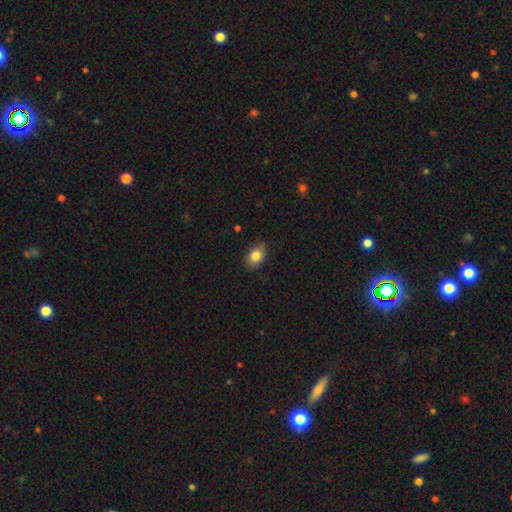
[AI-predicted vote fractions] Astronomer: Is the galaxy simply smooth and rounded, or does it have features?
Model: smooth — 84%.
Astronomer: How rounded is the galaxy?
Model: in between — 76%.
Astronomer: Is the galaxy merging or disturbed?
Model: none — 79%.